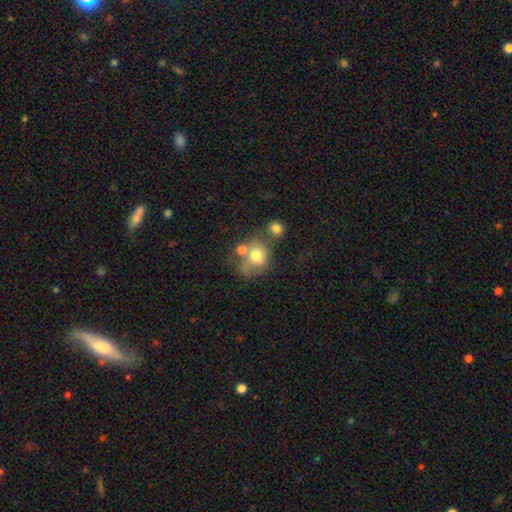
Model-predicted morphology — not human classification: A smooth galaxy with no disk features (70%) that is round (64%).

Vote fractions:
- Smooth or featured? smooth: 70% / featured or disk: 19% / star or artifact: 11%
- How rounded? round: 64% / in between: 35% / cigar-shaped: 1%
- Merging? none: 37% / merger: 35% / minor disturbance: 16% / major disturbance: 12%